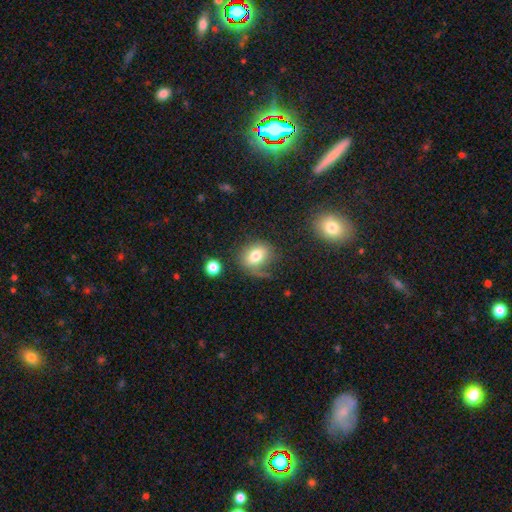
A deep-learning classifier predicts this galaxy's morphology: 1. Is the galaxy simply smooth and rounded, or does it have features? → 76% smooth, 14% featured or disk, 11% star or artifact.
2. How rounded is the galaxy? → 56% in between, 42% round, 2% cigar-shaped.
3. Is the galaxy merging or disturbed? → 60% none, 23% minor disturbance, 12% major disturbance, 6% merger.